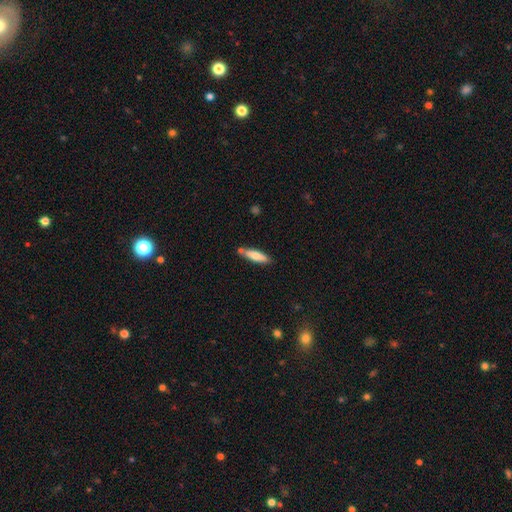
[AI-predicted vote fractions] Smooth or featured?
  - smooth: 70% *
  - featured or disk: 25%
  - star or artifact: 6%
How rounded?
  - cigar-shaped: 67% *
  - in between: 31%
  - round: 2%
Merging?
  - none: 74% *
  - minor disturbance: 14%
  - merger: 9%
  - major disturbance: 3%